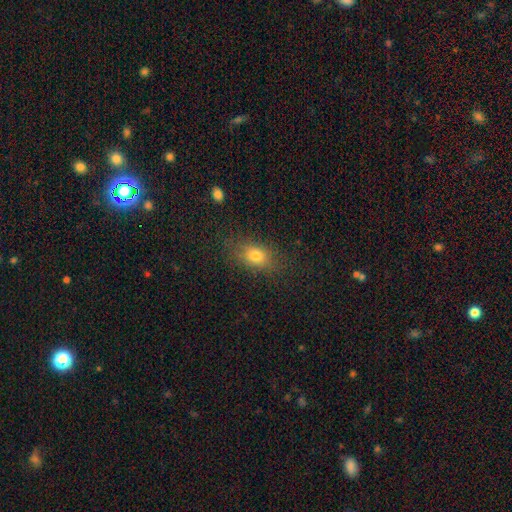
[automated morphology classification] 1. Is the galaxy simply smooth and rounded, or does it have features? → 76% smooth, 12% star or artifact, 12% featured or disk.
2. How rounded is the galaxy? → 74% in between, 21% round, 5% cigar-shaped.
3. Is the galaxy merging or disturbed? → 79% none, 14% minor disturbance, 5% major disturbance, 1% merger.